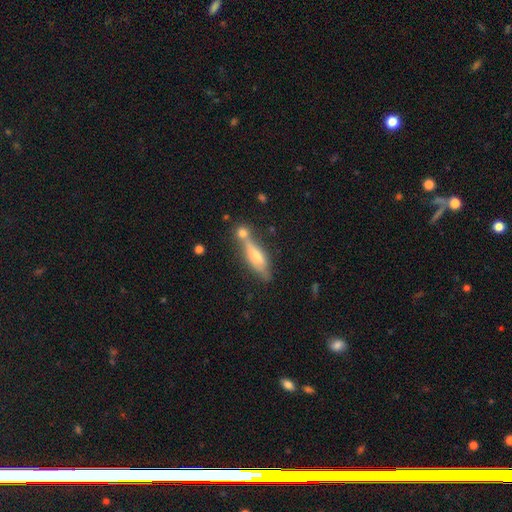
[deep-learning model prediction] smooth_or_featured: featured or disk (p=0.50) [alt: smooth p=0.41]
disk_edge_on: yes (p=0.80) [alt: no p=0.20]
merging: none (p=0.54) [alt: merger p=0.24]